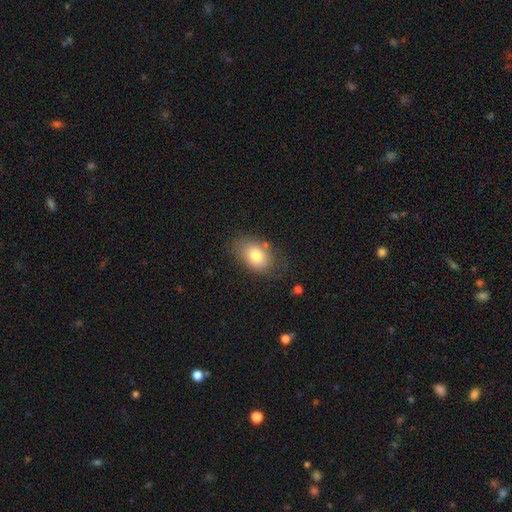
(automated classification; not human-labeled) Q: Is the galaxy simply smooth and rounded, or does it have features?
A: smooth — 77%.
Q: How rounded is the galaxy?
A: in between — 79%.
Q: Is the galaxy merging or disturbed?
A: none — 68%.